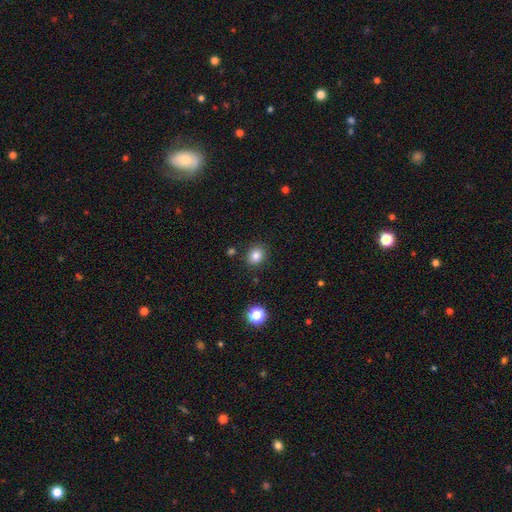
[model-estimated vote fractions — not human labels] Q: Smooth or featured?
A: smooth (83%); runner-up: star or artifact (12%)
Q: How rounded?
A: round (63%); runner-up: in between (36%)
Q: Merging?
A: none (86%); runner-up: minor disturbance (9%)